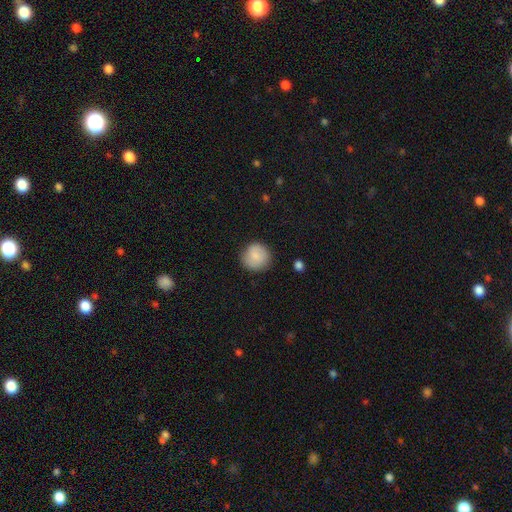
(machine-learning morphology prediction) This appears to be a smooth galaxy with no disk features (85%) that is round (92%). Merging: none (84%).